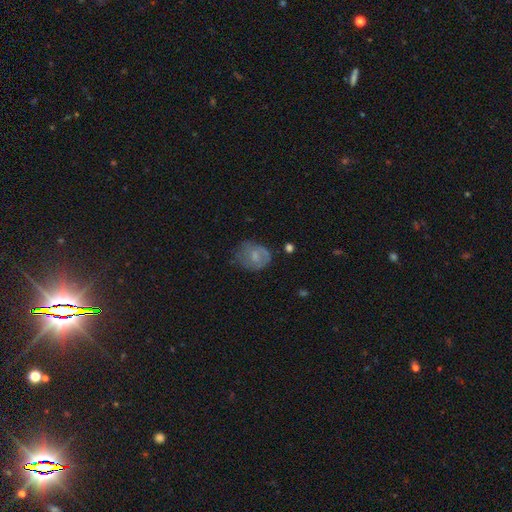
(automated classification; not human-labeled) Overall: smooth (58%; featured or disk 33%). How rounded: in between (50%; round 49%). Merging: none (47%; minor disturbance 31%).